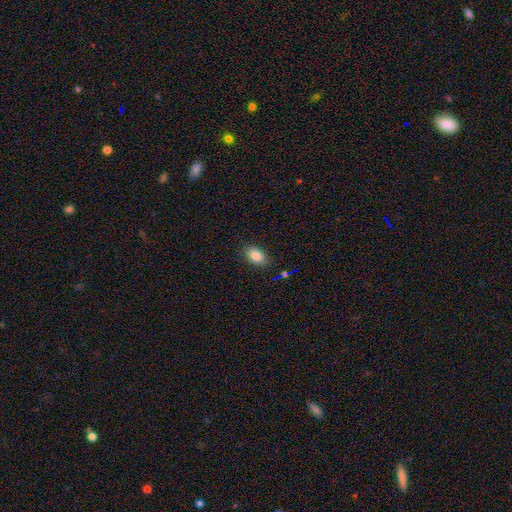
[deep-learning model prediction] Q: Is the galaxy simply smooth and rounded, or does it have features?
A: smooth — 84%.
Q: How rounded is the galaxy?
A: in between — 87%.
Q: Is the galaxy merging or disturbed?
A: none — 84%.